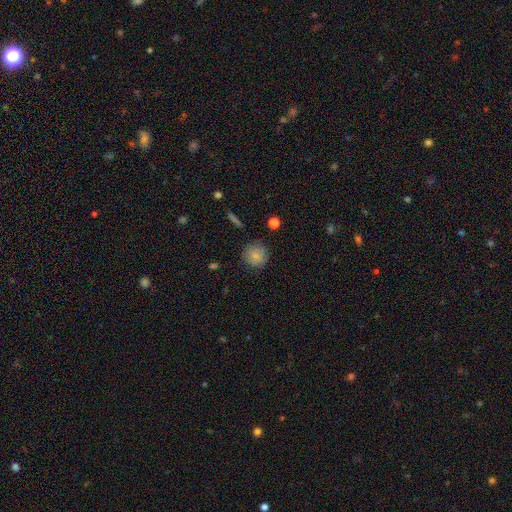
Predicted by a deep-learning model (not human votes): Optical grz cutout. It shows a smooth galaxy with no disk features (81%) that is round (92%). Merging: none (86%).